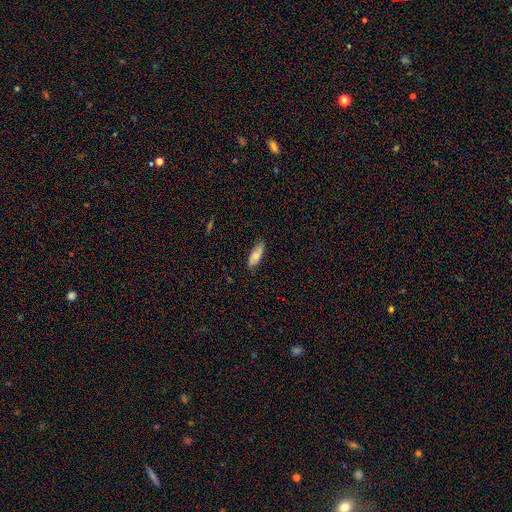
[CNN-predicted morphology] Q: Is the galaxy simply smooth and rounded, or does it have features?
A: smooth — 70%.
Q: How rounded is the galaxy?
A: in between — 75%.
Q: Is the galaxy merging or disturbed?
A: none — 77%.